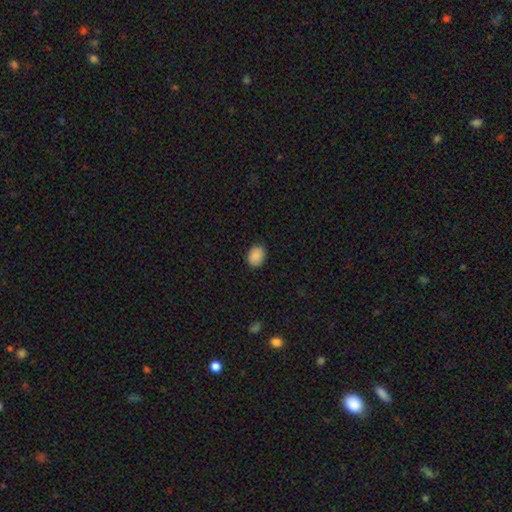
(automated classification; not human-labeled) smooth-or-featured: smooth: 89% | star or artifact: 8% | featured or disk: 3%
  how-rounded: in between: 62% | round: 37% | cigar-shaped: 1%
  merging: none: 87% | minor disturbance: 10% | major disturbance: 2% | merger: 1%